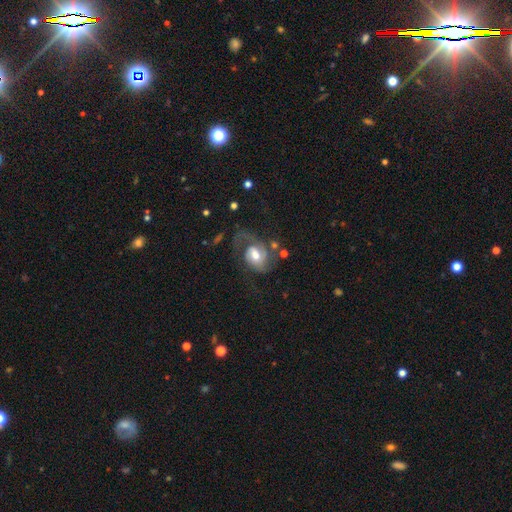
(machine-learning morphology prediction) Q: Smooth or featured?
A: featured or disk (75%); runner-up: smooth (18%)
Q: Edge-on disk?
A: no (97%); runner-up: yes (3%)
Q: Bar?
A: weak (45%); runner-up: no (43%)
Q: Spiral arms?
A: yes (91%); runner-up: no (9%)
Q: Spiral winding?
A: medium (45%); runner-up: loose (29%)
Q: Spiral arm count?
A: 2 (53%); runner-up: 1 (27%)
Q: Bulge size?
A: moderate (63%); runner-up: large (20%)
Q: Merging?
A: none (42%); runner-up: major disturbance (34%)